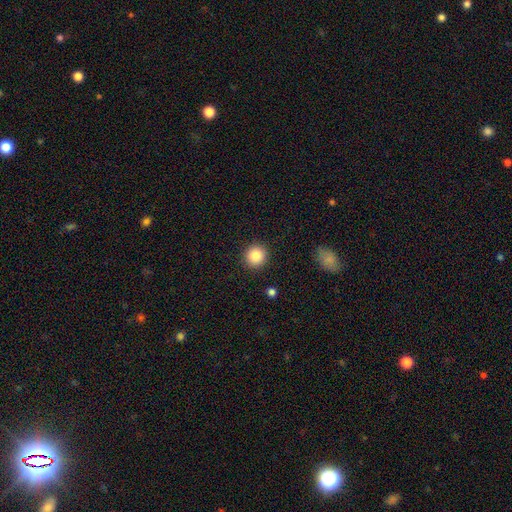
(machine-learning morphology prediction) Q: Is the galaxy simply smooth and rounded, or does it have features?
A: smooth — 87%.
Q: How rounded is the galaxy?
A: round — 94%.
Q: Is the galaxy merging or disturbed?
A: none — 91%.